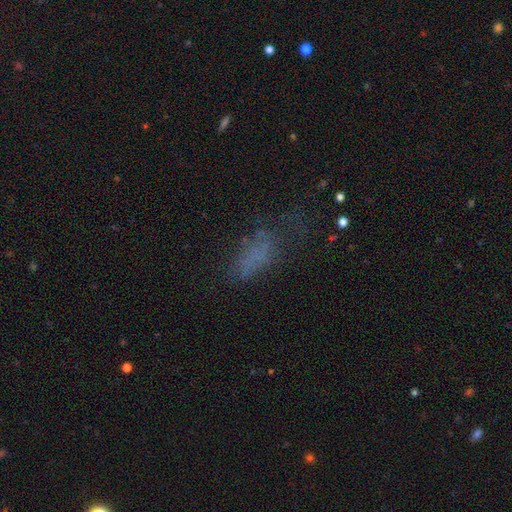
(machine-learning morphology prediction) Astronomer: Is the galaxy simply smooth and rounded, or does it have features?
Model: smooth — 56%.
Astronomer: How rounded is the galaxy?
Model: in between — 78%.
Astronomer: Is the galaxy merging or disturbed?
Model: none — 43% (runner-up: major disturbance, 30%).